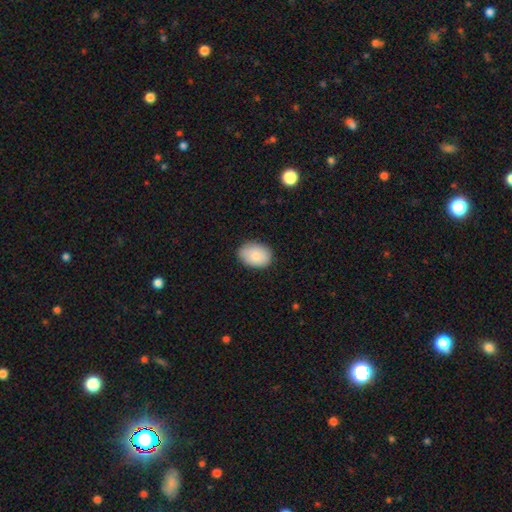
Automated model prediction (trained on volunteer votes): Smooth or featured? smooth (86%)
How rounded? in between (78%)
Merging? none (85%)